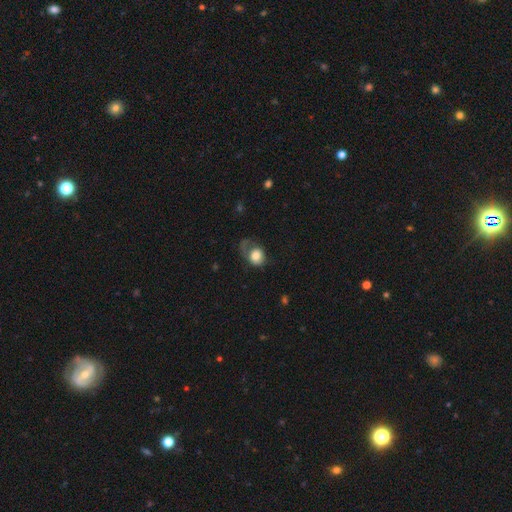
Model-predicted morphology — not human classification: Smooth or featured? Predicted: smooth (p=0.73). How rounded? Predicted: round (p=0.59). Merging? Predicted: major disturbance (p=0.46).